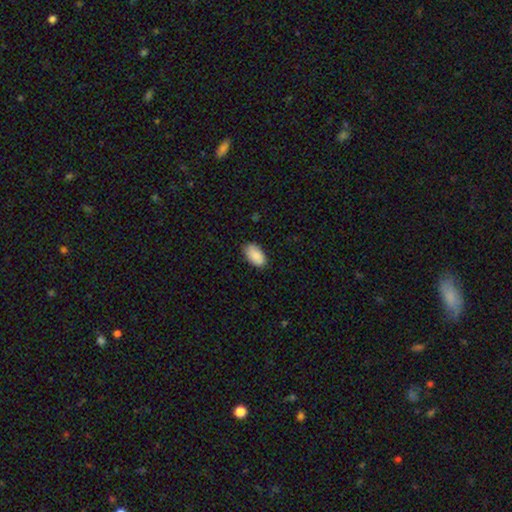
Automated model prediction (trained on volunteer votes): smooth-or-featured: smooth: 87% | star or artifact: 6% | featured or disk: 6%
  how-rounded: in between: 94% | round: 4% | cigar-shaped: 2%
  merging: none: 81% | minor disturbance: 16% | major disturbance: 3% | merger: 1%